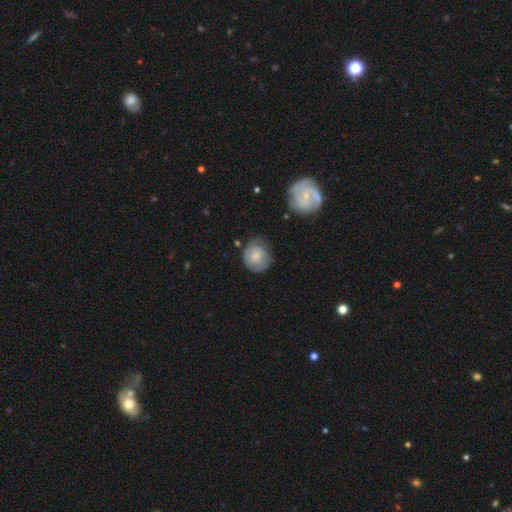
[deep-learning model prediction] Morphology: type=featured or disk (48%); merging=none (65%).